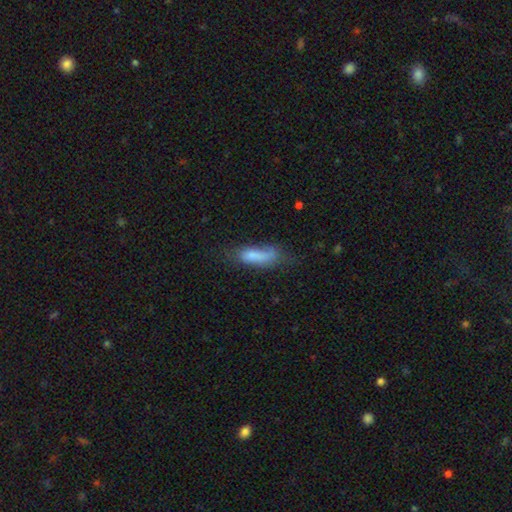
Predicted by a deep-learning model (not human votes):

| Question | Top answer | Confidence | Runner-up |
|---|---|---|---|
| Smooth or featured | smooth | 77% | featured or disk (15%) |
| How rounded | in between | 57% | cigar-shaped (41%) |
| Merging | none | 43% | minor disturbance (30%) |